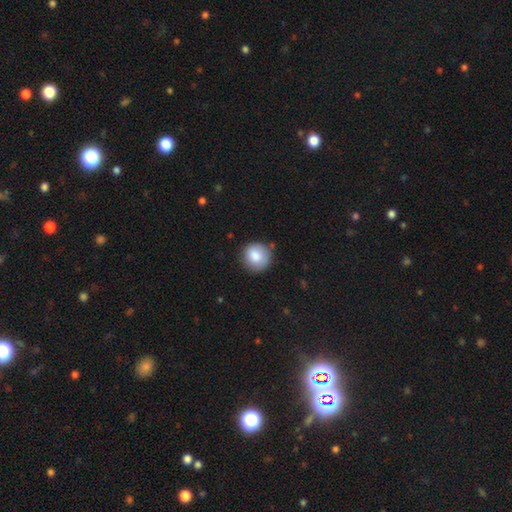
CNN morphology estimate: Overall: smooth (84%). How rounded: round (93%). Merging: none (80%).